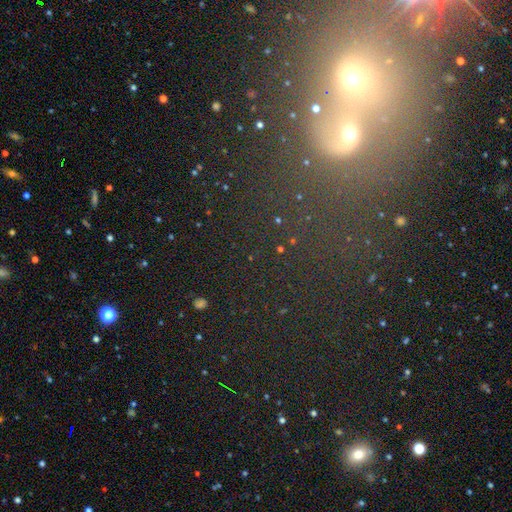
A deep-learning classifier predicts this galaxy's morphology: A star or artifact, not a galaxy (46%).